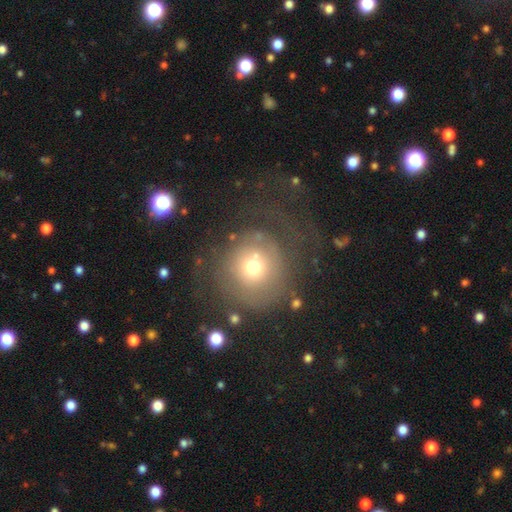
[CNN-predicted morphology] smooth 47%, featured or disk 39%, star or artifact 14%. Down the decision tree: merging — none (55%).